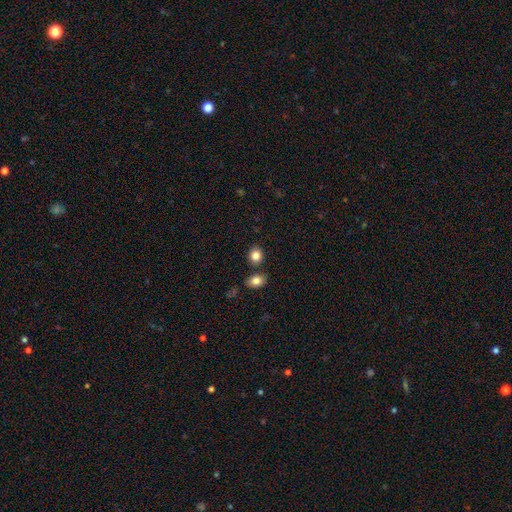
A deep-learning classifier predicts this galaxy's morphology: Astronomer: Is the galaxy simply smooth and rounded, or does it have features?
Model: smooth — 85%.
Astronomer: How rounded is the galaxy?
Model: round — 68%.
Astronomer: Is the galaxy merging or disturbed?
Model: none — 78%.